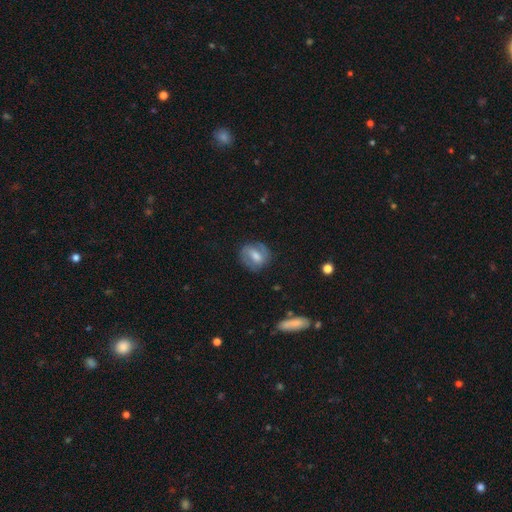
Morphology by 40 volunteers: Overall: featured or disk (72%). Edge-on disk: no (93%). Bar: weak (48%; strong 41%). Spiral arms: yes (93%). Spiral arm count: 2 (96%). Spiral winding: tight (48%, tied with medium). Bulge size: moderate (41%; large 22%). Merging: none (79%).